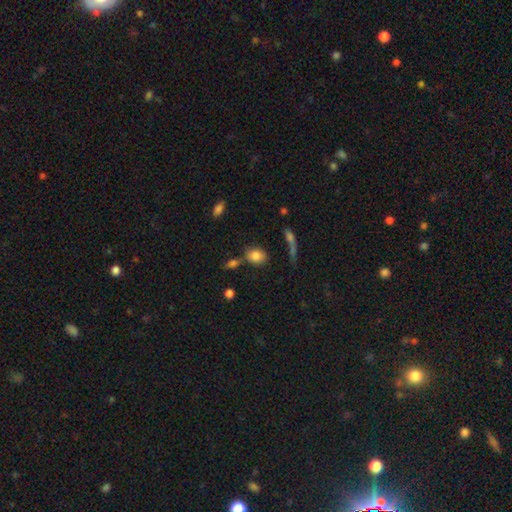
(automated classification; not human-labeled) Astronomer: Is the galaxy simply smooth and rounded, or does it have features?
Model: smooth — 82%.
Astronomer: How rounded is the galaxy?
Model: round — 57% (runner-up: in between, 40%).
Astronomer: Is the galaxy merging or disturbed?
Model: none — 63%.